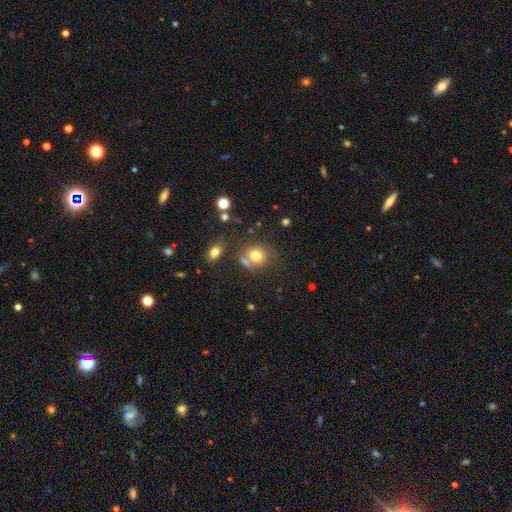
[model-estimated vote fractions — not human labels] Q: Smooth or featured?
A: smooth (76%); runner-up: star or artifact (13%)
Q: How rounded?
A: round (72%); runner-up: in between (27%)
Q: Merging?
A: none (57%); runner-up: merger (23%)